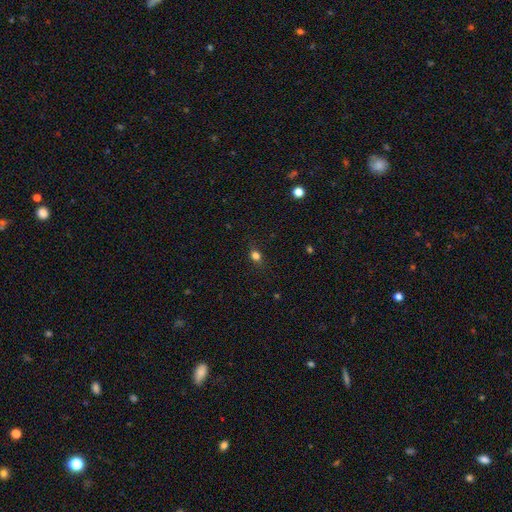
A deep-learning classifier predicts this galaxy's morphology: smooth_or_featured: smooth (p=0.76) [alt: star or artifact p=0.17]
how_rounded: round (p=0.55) [alt: in between p=0.42]
merging: none (p=0.82) [alt: minor disturbance p=0.13]